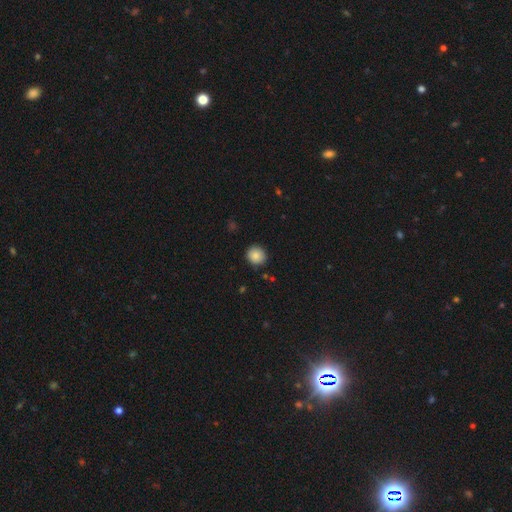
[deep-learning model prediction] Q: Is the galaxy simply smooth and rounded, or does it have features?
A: smooth — 86%.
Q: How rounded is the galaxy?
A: round — 89%.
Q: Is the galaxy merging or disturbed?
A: none — 88%.